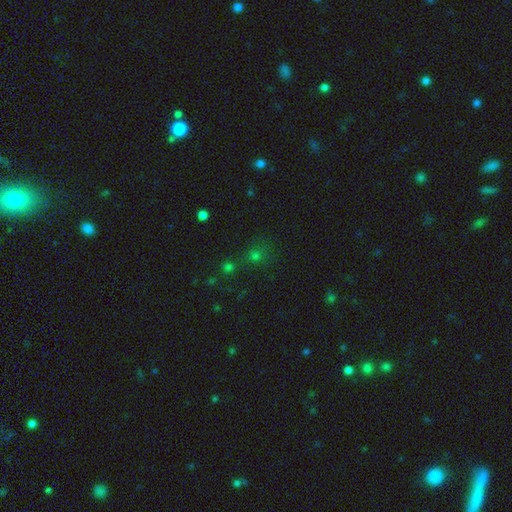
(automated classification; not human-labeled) Smooth or featured: smooth — 58% (star or artifact — 34%)
How rounded: round — 86% (in between — 13%)
Merging: none — 63% (merger — 18%)